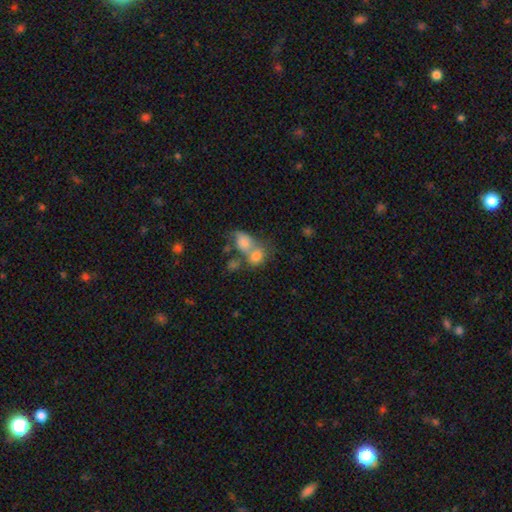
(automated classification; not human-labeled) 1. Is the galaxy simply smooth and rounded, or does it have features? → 61% smooth, 20% featured or disk, 19% star or artifact.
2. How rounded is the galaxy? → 49% in between, 48% round, 3% cigar-shaped.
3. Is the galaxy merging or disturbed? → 56% merger, 29% none, 9% minor disturbance, 7% major disturbance.